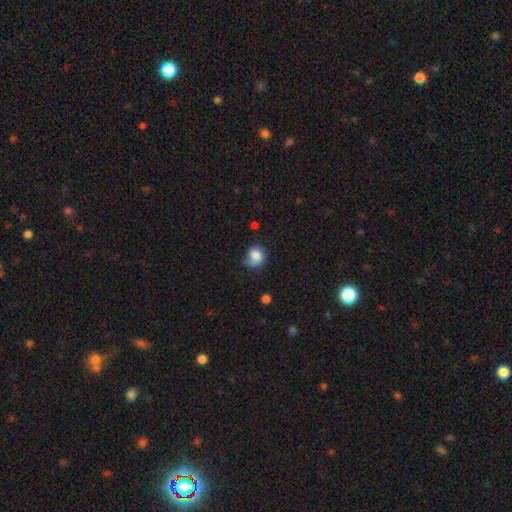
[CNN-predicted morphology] smooth_or_featured: smooth (p=0.74) [alt: featured or disk p=0.17]
how_rounded: round (p=0.68) [alt: in between p=0.31]
merging: none (p=0.44) [alt: minor disturbance p=0.34]